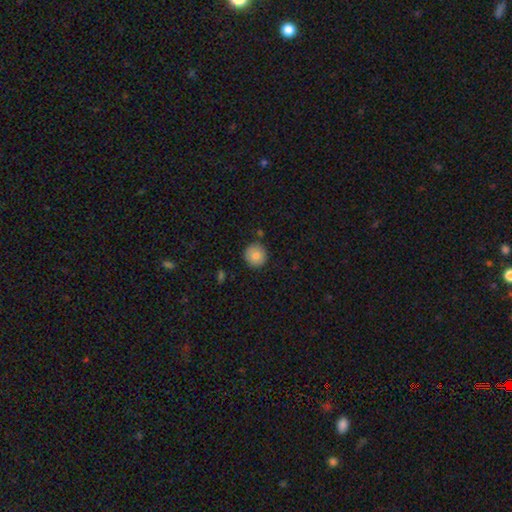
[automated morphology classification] Overall: smooth (82%). How rounded: round (93%). Merging: none (84%).